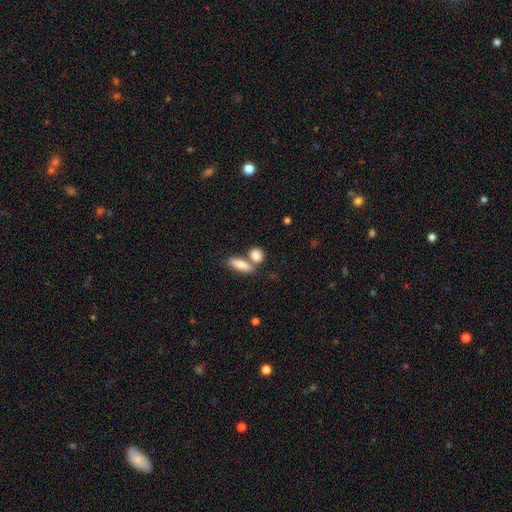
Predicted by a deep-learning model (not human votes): Smooth or featured: smooth — 84% (featured or disk — 9%)
How rounded: in between — 55% (round — 33%)
Merging: none — 51% (merger — 35%)